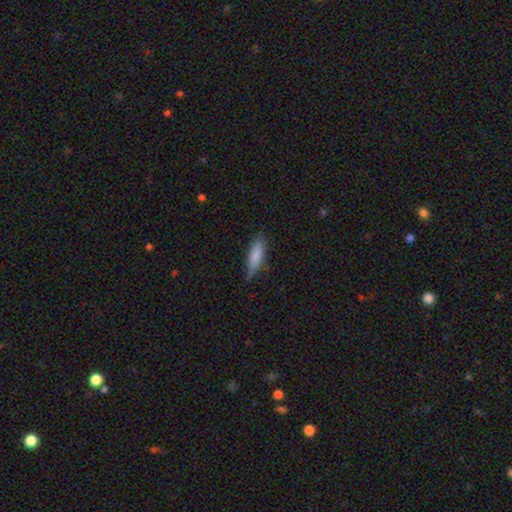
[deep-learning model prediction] smooth 81%, featured or disk 13%, star or artifact 6%. Down the decision tree: how rounded — cigar-shaped (52%); merging — none (68%).